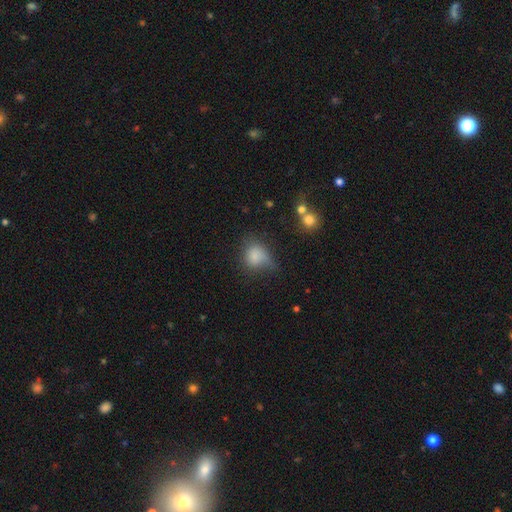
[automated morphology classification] smooth 78%, star or artifact 12%, featured or disk 11%. Down the decision tree: how rounded — round (55%); merging — none (38%).